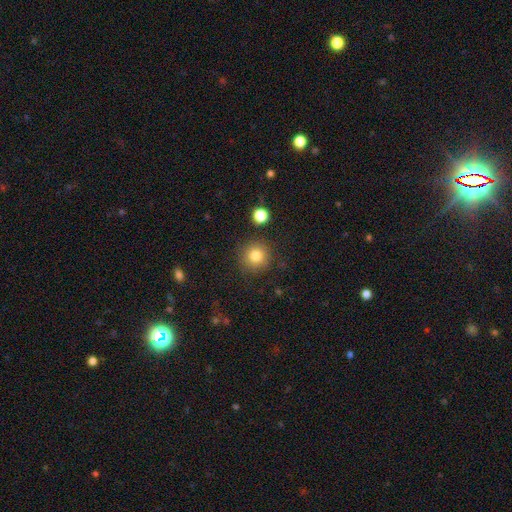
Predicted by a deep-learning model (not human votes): This is clearly a smooth galaxy (82%). How rounded: clearly round (94%). Merging: clearly none (86%).